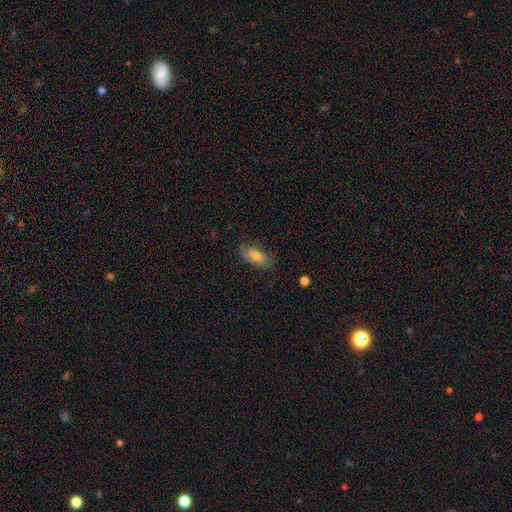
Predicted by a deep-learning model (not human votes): Smooth or featured?
  - smooth: 73% *
  - featured or disk: 18%
  - star or artifact: 9%
How rounded?
  - in between: 86% *
  - cigar-shaped: 10%
  - round: 4%
Merging?
  - none: 78% *
  - minor disturbance: 17%
  - major disturbance: 4%
  - merger: 1%